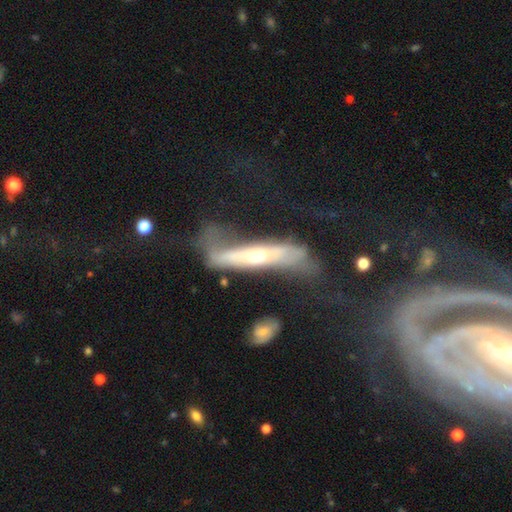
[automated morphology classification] This is likely a featured or disk galaxy (63%). It is likely viewed edge-on (61%). Merging: marginally major disturbance (43%).